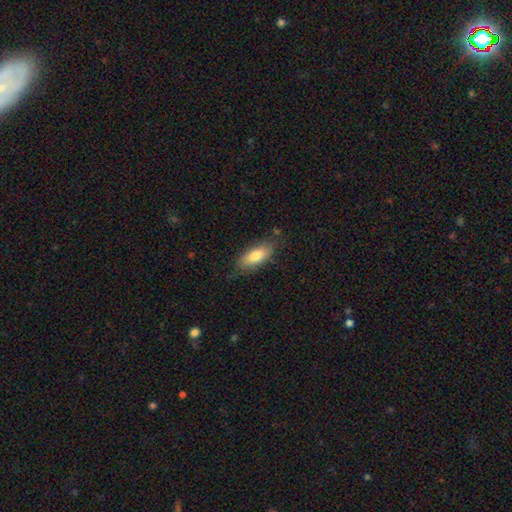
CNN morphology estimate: The model was most divided on "merging": none: 75%, minor disturbance: 19%, major disturbance: 4%, merger: 2%. More confident: how rounded — in between (79%); smooth or featured — smooth (78%).